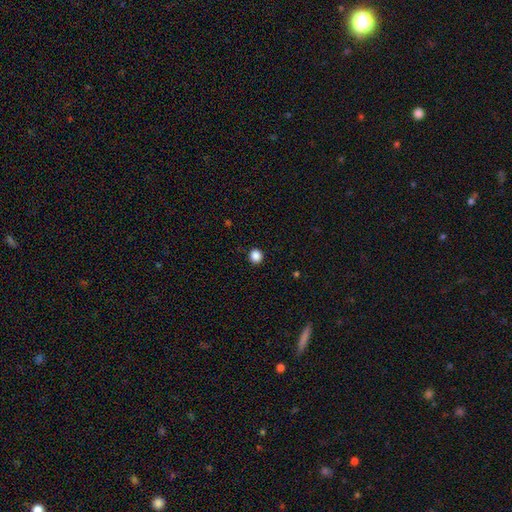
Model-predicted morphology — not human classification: smooth 87%, star or artifact 11%, featured or disk 2%. Down the decision tree: how rounded — round (91%); merging — none (92%).